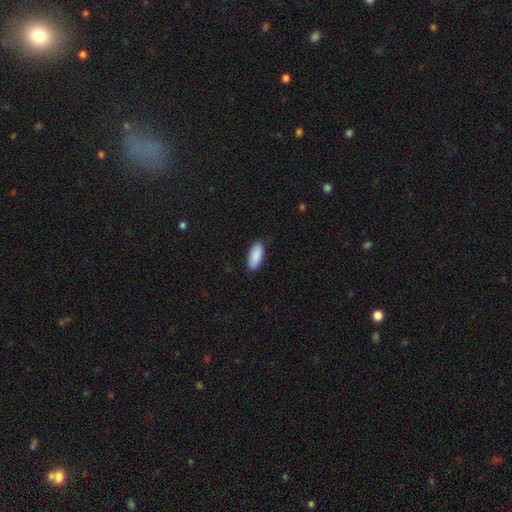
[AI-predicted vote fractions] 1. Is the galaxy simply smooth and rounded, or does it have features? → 90% smooth, 5% star or artifact, 4% featured or disk.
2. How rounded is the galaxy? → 82% in between, 16% cigar-shaped, 2% round.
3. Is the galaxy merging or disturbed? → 87% none, 10% minor disturbance, 2% major disturbance, 1% merger.